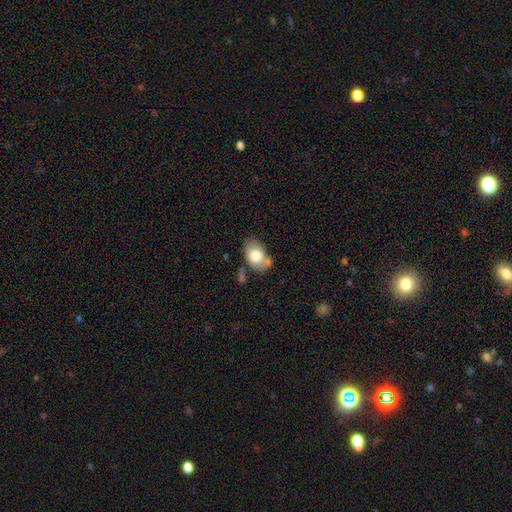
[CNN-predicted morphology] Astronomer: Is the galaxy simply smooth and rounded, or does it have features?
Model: smooth — 76%.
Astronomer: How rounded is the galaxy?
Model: in between — 87%.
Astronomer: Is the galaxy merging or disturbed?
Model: none — 55%.